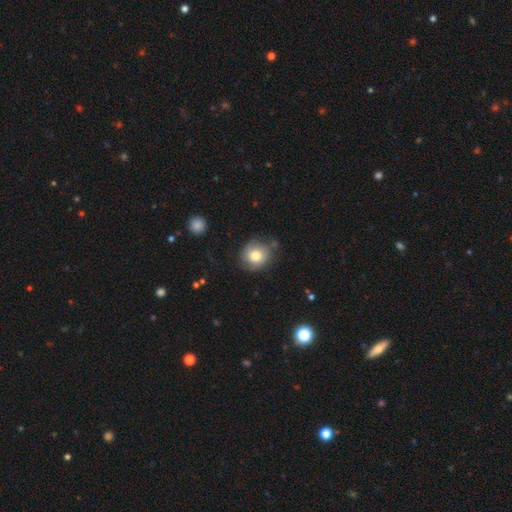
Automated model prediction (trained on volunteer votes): Smooth or featured? smooth (76%)
How rounded? round (83%)
Merging? none (73%)